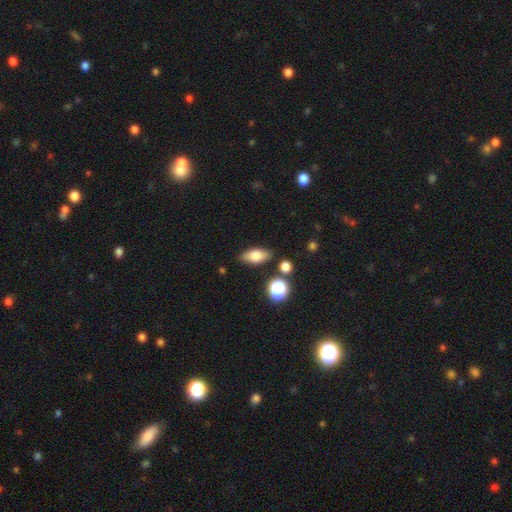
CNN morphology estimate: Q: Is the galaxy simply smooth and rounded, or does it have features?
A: smooth — 71%.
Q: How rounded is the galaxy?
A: in between — 80%.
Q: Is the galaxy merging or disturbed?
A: none — 82%.